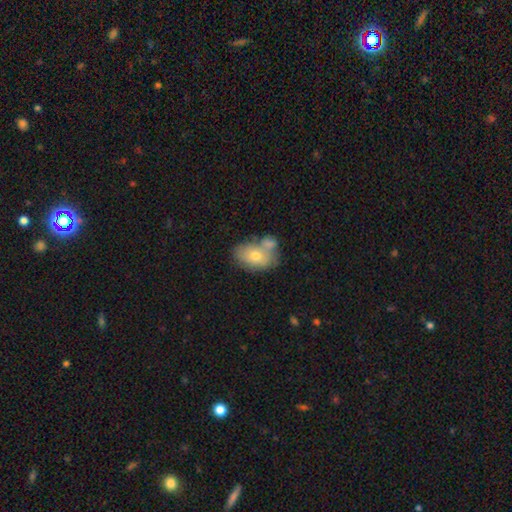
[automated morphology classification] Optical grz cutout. It shows a smooth galaxy with no disk features (67%) that is in between round and cigar-shaped (81%). Merging: merger (42%).